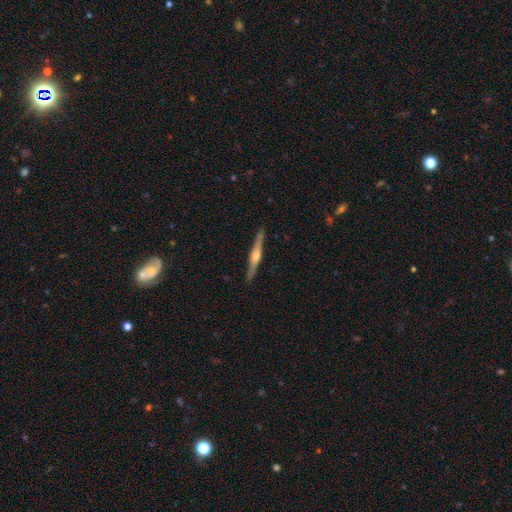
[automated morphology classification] Smooth or featured?
  - featured or disk: 78% *
  - smooth: 17%
  - star or artifact: 5%
Edge-on disk?
  - yes: 98% *
  - no: 2%
Edge-on bulge?
  - rounded: 88% *
  - boxy: 8%
  - none: 5%
Merging?
  - none: 90% *
  - minor disturbance: 8%
  - major disturbance: 1%
  - merger: 1%